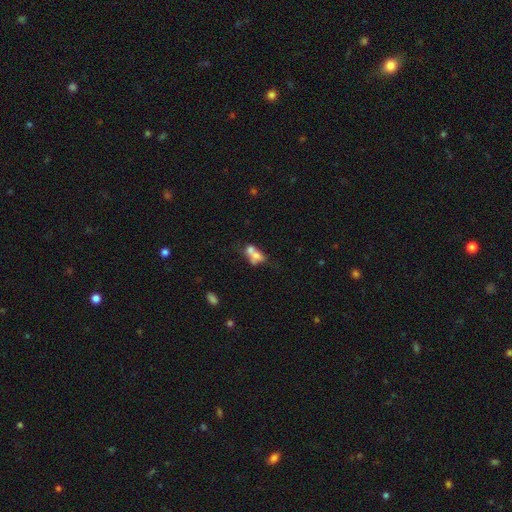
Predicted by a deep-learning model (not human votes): Q: Smooth or featured?
A: smooth (56%); runner-up: featured or disk (32%)
Q: How rounded?
A: in between (66%); runner-up: round (27%)
Q: Merging?
A: merger (63%); runner-up: none (20%)